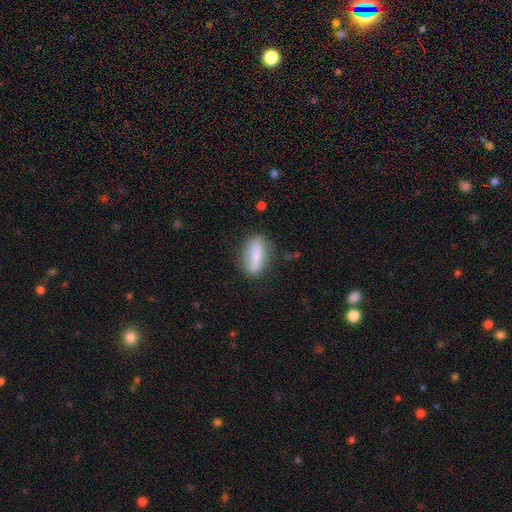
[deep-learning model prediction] Smooth or featured: smooth — 72% (featured or disk — 21%)
How rounded: in between — 68% (cigar-shaped — 28%)
Merging: none — 77% (minor disturbance — 16%)